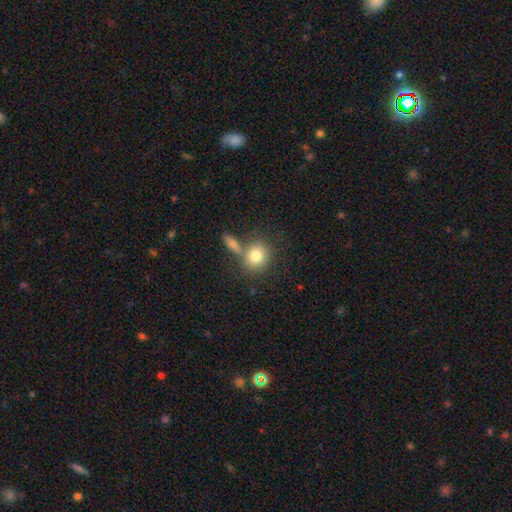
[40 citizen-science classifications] smooth 88%, star or artifact 8%, featured or disk 5%. Down the decision tree: how rounded — round (74%); merging — none (43%).